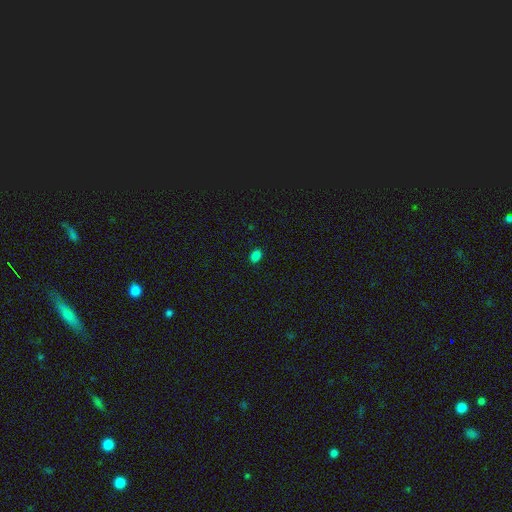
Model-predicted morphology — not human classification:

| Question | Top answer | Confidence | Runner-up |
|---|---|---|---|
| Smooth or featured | smooth | 83% | star or artifact (14%) |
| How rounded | in between | 78% | round (21%) |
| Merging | none | 90% | minor disturbance (8%) |